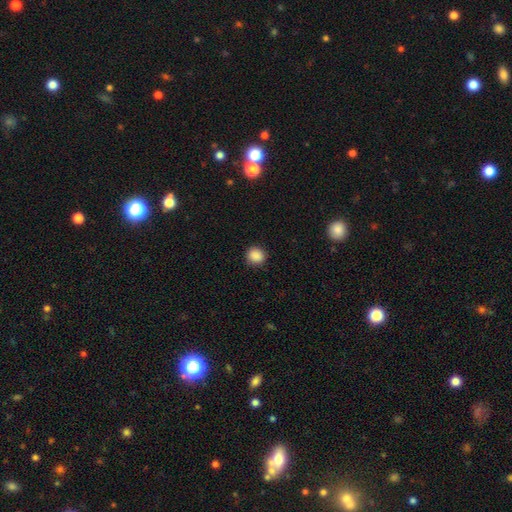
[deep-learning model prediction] Smooth or featured? smooth (87%)
How rounded? round (85%)
Merging? none (88%)